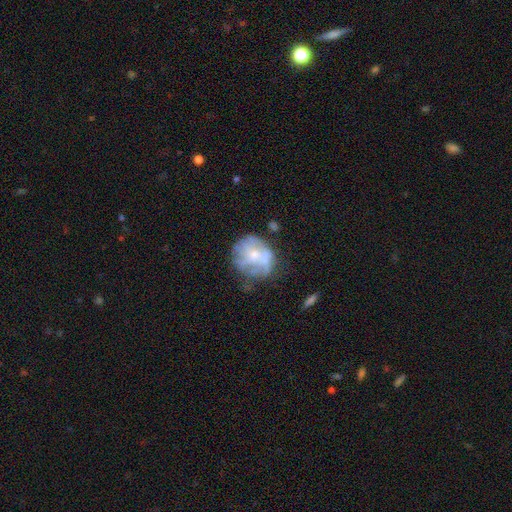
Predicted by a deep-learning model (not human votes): Q: Smooth or featured?
A: featured or disk (60%); runner-up: smooth (31%)
Q: Edge-on disk?
A: no (98%); runner-up: yes (2%)
Q: Bar?
A: no (82%); runner-up: weak (15%)
Q: Spiral arms?
A: no (59%); runner-up: yes (41%)
Q: Bulge size?
A: small (54%); runner-up: moderate (36%)
Q: Merging?
A: none (53%); runner-up: minor disturbance (24%)